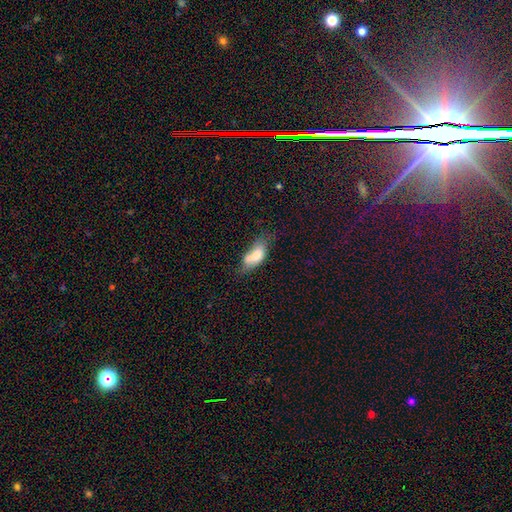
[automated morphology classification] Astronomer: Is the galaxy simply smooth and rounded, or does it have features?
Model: smooth — 68%.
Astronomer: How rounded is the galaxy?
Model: in between — 84%.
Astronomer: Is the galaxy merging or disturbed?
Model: merger — 36% (runner-up: none, 27%).